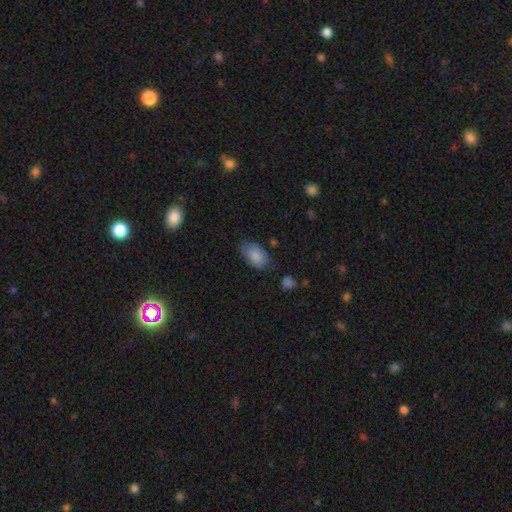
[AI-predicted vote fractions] Overall: smooth (86%). How rounded: in between (92%). Merging: none (69%).